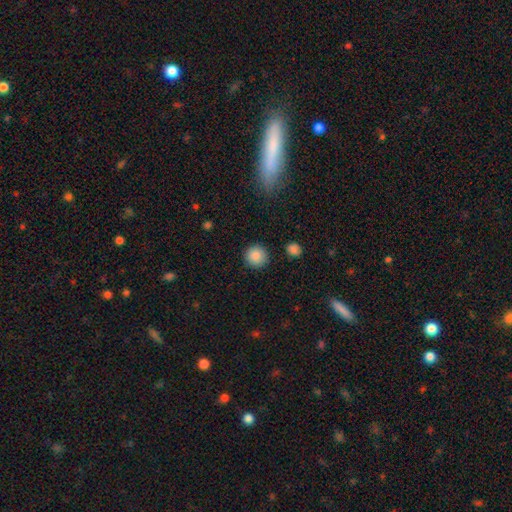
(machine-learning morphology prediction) Smooth or featured?
  - smooth: 87% *
  - star or artifact: 9%
  - featured or disk: 4%
How rounded?
  - round: 95% *
  - in between: 4%
  - cigar-shaped: 1%
Merging?
  - none: 91% *
  - minor disturbance: 6%
  - major disturbance: 2%
  - merger: 1%